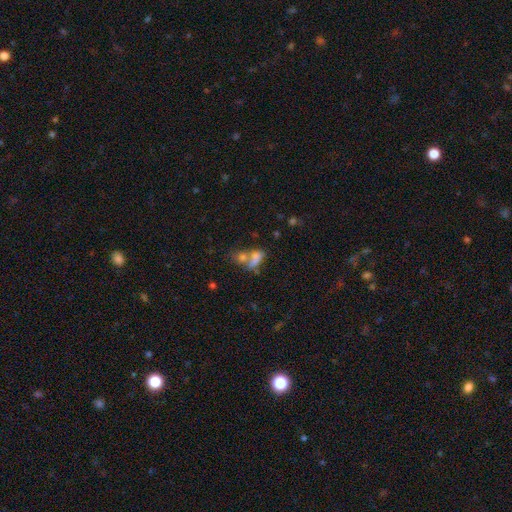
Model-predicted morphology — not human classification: type=smooth (64%); roundness=in between (69%); merging=merger (54%).